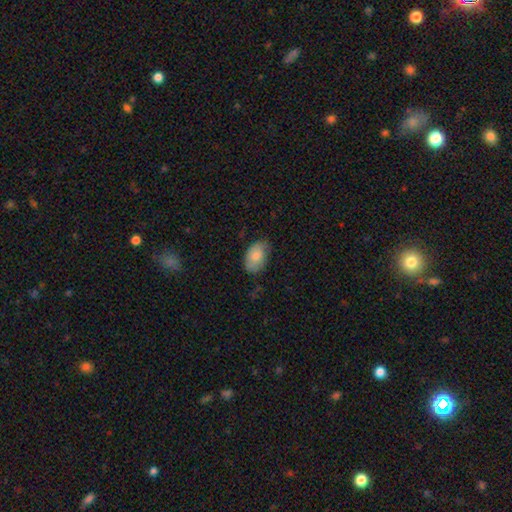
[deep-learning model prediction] smooth_or_featured: smooth (p=0.80) [alt: featured or disk p=0.14]
how_rounded: in between (p=0.92) [alt: round p=0.07]
merging: none (p=0.70) [alt: minor disturbance p=0.24]